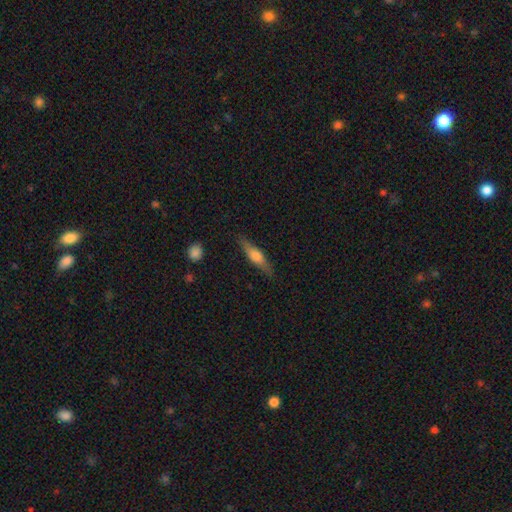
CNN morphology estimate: smooth-or-featured: featured or disk: 52% | smooth: 42% | star or artifact: 6%
  disk-edge-on: yes: 94% | no: 6%
  merging: none: 85% | minor disturbance: 11% | major disturbance: 3% | merger: 1%